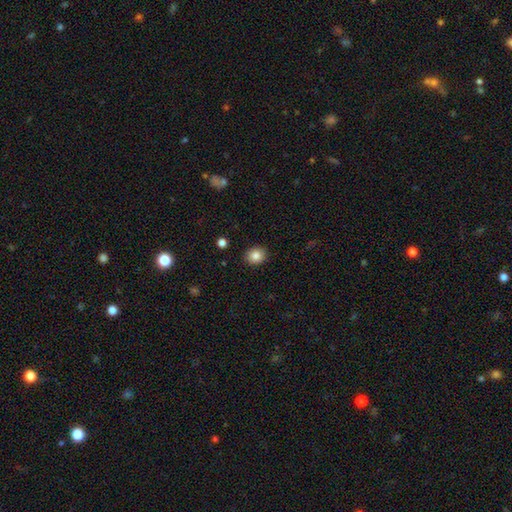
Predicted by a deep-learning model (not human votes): smooth_or_featured: smooth (p=0.85) [alt: star or artifact p=0.09]
how_rounded: round (p=0.68) [alt: in between p=0.31]
merging: none (p=0.90) [alt: minor disturbance p=0.07]